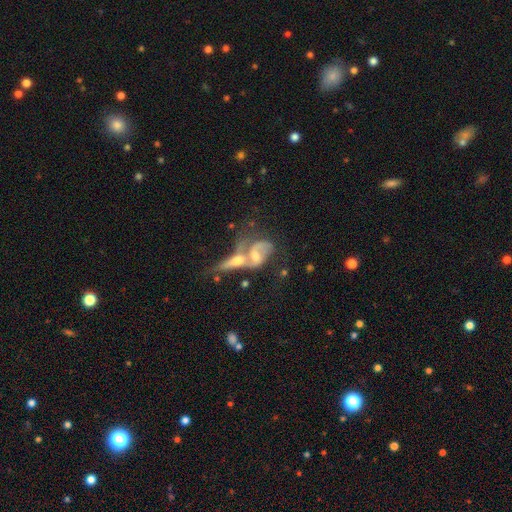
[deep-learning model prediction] Smooth or featured? featured or disk (72%)
Edge-on disk? no (88%)
Bar? no (49%)
Spiral arms? yes (83%)
Spiral winding? medium (43%)
Spiral arm count? 2 (75%)
Bulge size? moderate (52%)
Merging? merger (62%)